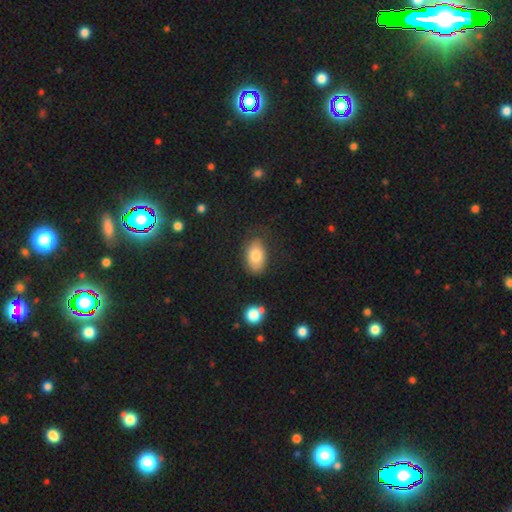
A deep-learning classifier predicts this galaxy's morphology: smooth 76%, featured or disk 16%, star or artifact 8%. Down the decision tree: how rounded — in between (90%); merging — none (72%).